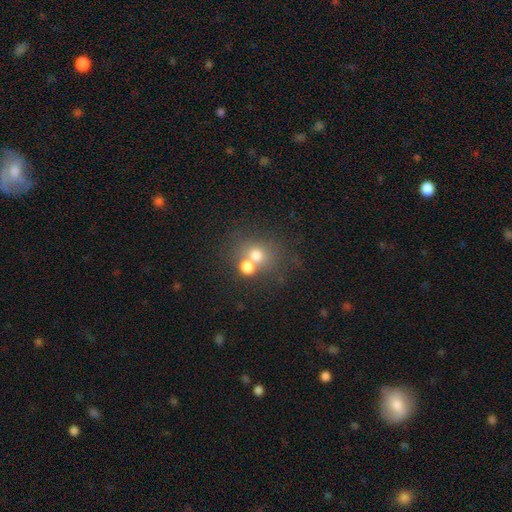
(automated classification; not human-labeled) smooth 68%, featured or disk 16%, star or artifact 15%. Down the decision tree: how rounded — round (73%); merging — merger (45%).